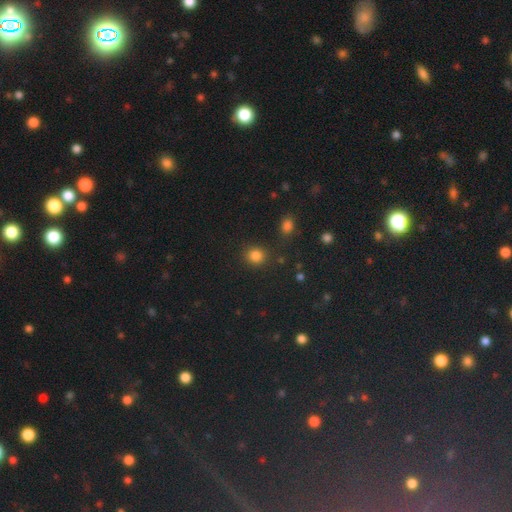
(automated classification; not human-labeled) This appears to be a smooth galaxy with no disk features (83%) that is round (84%). Merging: none (85%).